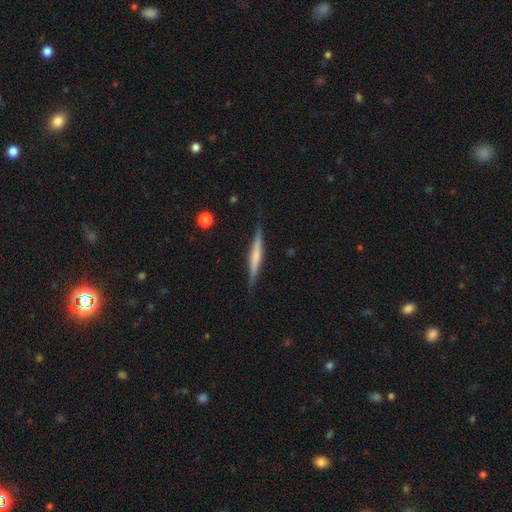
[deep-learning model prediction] smooth_or_featured: featured or disk (p=0.58) [alt: smooth p=0.36]
disk_edge_on: yes (p=0.97) [alt: no p=0.03]
edge_on_bulge: none (p=0.45) [alt: rounded p=0.37]
merging: none (p=0.88) [alt: minor disturbance p=0.09]